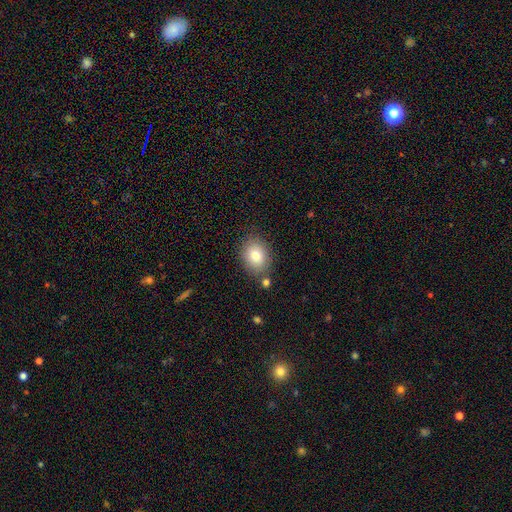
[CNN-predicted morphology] The model was most divided on "how rounded": in between: 53%, round: 47%, cigar-shaped: 1%. More confident: smooth or featured — smooth (79%); merging — none (77%).